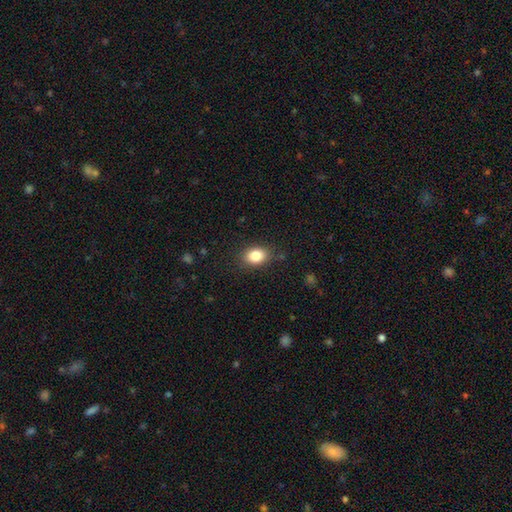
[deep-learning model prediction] smooth_or_featured: smooth (p=0.85) [alt: star or artifact p=0.09]
how_rounded: in between (p=0.70) [alt: round p=0.29]
merging: none (p=0.83) [alt: minor disturbance p=0.12]